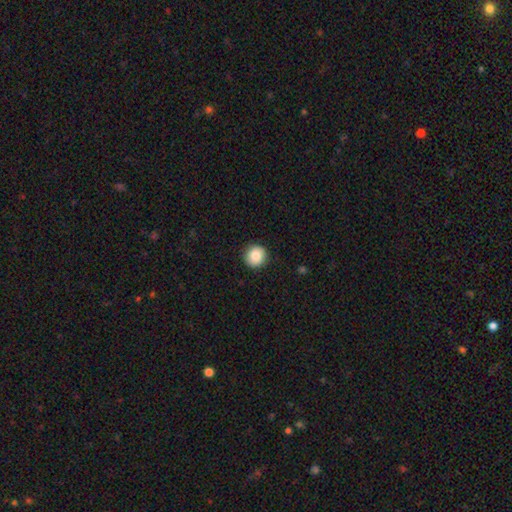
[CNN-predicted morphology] Q: Smooth or featured?
A: smooth (87%); runner-up: star or artifact (8%)
Q: How rounded?
A: round (94%); runner-up: in between (5%)
Q: Merging?
A: none (91%); runner-up: minor disturbance (6%)